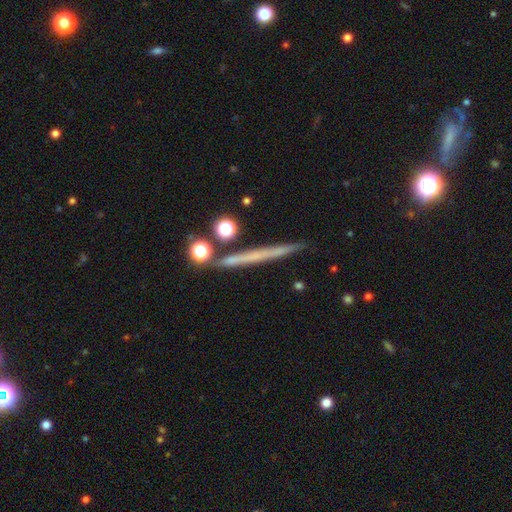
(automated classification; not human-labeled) Smooth or featured?
  - featured or disk: 49% *
  - smooth: 40%
  - star or artifact: 10%
Merging?
  - none: 84% *
  - minor disturbance: 8%
  - merger: 5%
  - major disturbance: 2%